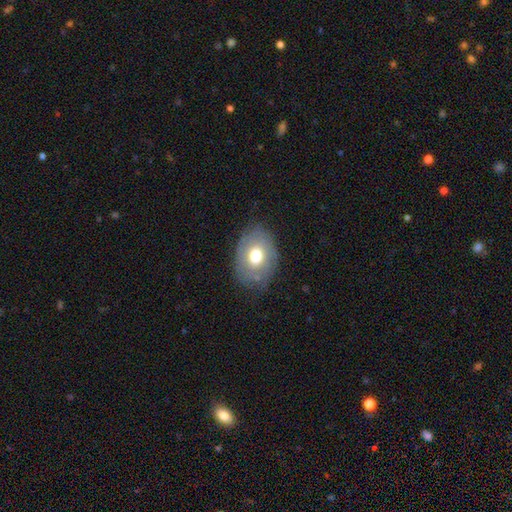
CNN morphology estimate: The model was most divided on "smooth or featured": smooth: 61%, featured or disk: 31%, star or artifact: 8%. More confident: how rounded — in between (72%); merging — none (71%).